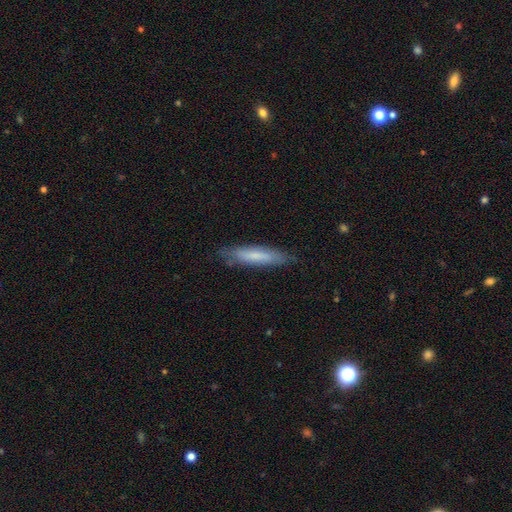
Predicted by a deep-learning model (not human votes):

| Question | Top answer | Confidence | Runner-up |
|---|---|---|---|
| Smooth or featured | smooth | 64% | featured or disk (30%) |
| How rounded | cigar-shaped | 83% | in between (15%) |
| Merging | none | 82% | minor disturbance (14%) |